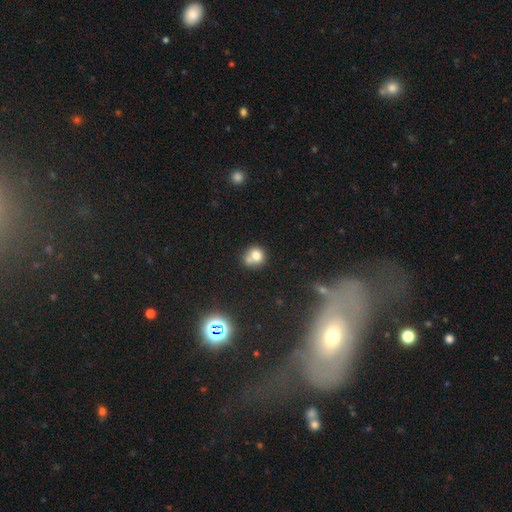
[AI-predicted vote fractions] Smooth or featured?
  - smooth: 73% *
  - featured or disk: 15%
  - star or artifact: 13%
How rounded?
  - round: 77% *
  - in between: 22%
  - cigar-shaped: 1%
Merging?
  - merger: 43% *
  - none: 41%
  - minor disturbance: 12%
  - major disturbance: 5%